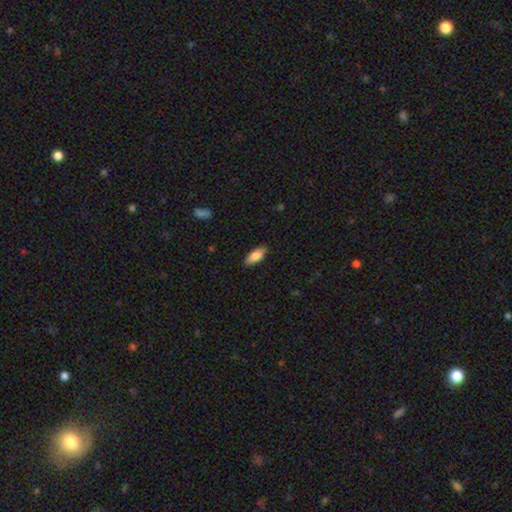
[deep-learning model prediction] A smooth galaxy with no disk features (79%) that is in between round and cigar-shaped (75%).

Vote fractions:
- Smooth or featured? smooth: 79% / featured or disk: 15% / star or artifact: 6%
- How rounded? in between: 75% / cigar-shaped: 23% / round: 2%
- Merging? none: 87% / minor disturbance: 10% / major disturbance: 2% / merger: 1%